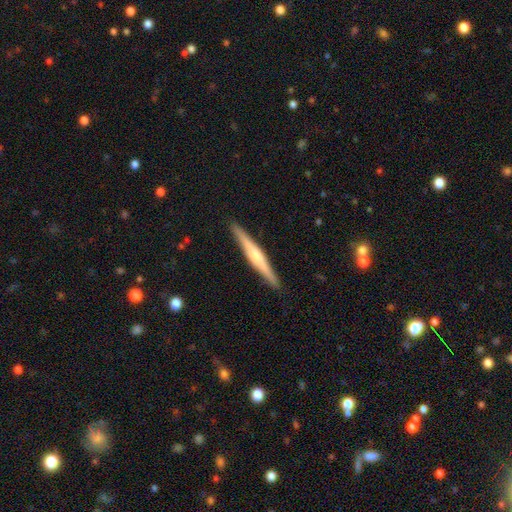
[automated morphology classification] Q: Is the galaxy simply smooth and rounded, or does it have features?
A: featured or disk — 66%.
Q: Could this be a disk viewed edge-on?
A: yes — 98%.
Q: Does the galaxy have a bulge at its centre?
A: rounded — 75%.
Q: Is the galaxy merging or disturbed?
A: none — 91%.